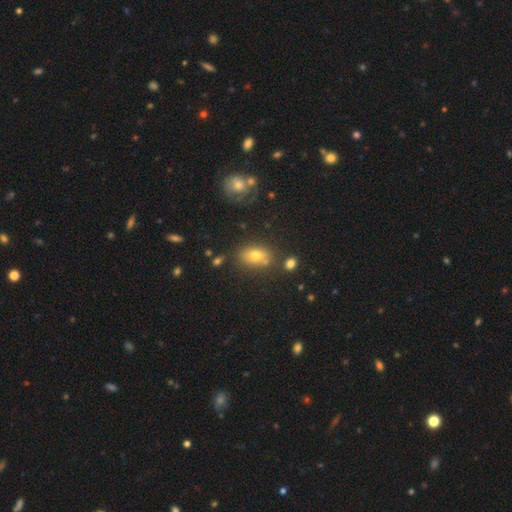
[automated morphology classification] A smooth galaxy with no disk features (72%) that is in between round and cigar-shaped (80%). Merging: none (73%).